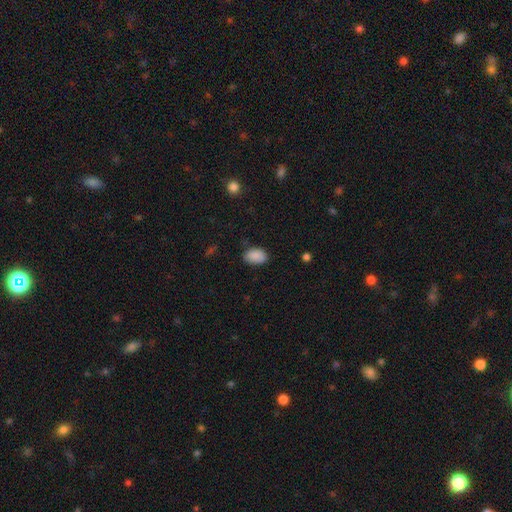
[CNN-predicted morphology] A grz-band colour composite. It shows a smooth galaxy with no disk features (89%) that is in between round and cigar-shaped (87%). Merging: none (82%).